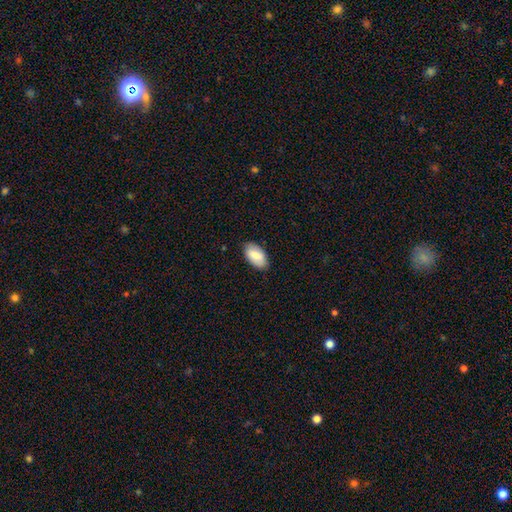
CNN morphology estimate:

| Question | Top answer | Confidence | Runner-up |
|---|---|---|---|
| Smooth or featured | smooth | 82% | featured or disk (12%) |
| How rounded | in between | 95% | round (3%) |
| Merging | none | 85% | minor disturbance (11%) |